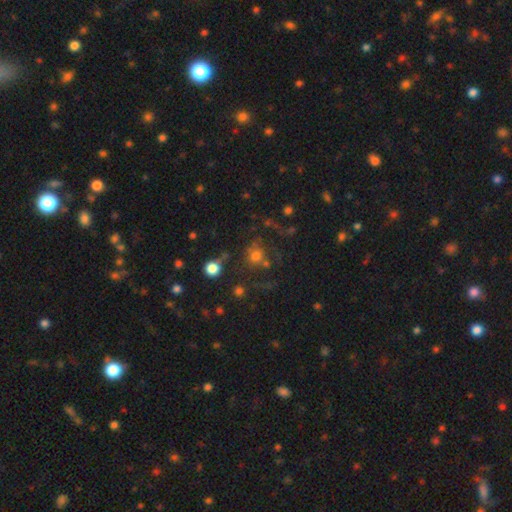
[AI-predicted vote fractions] Smooth or featured: smooth — 60% (star or artifact — 20%)
How rounded: round — 84% (in between — 15%)
Merging: none — 54% (major disturbance — 19%)